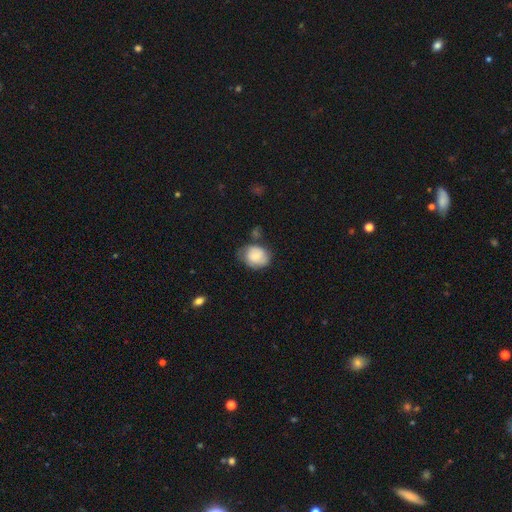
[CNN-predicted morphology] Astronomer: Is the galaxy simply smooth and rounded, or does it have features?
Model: smooth — 72%.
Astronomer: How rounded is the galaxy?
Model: round — 54% (runner-up: in between, 45%).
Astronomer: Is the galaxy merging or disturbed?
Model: none — 51% (runner-up: minor disturbance, 31%).